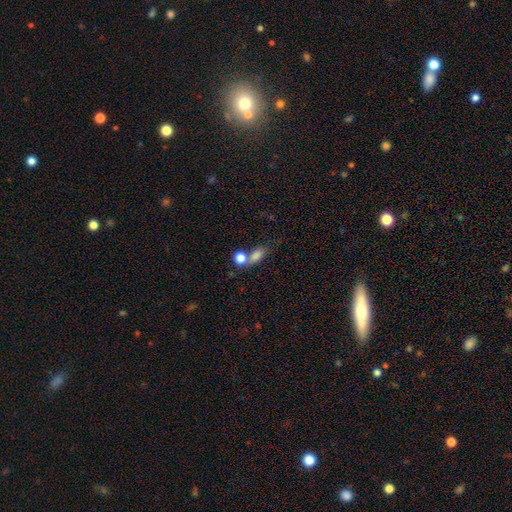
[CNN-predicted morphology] smooth 79%, star or artifact 11%, featured or disk 10%. Down the decision tree: how rounded — in between (67%); merging — merger (42%).